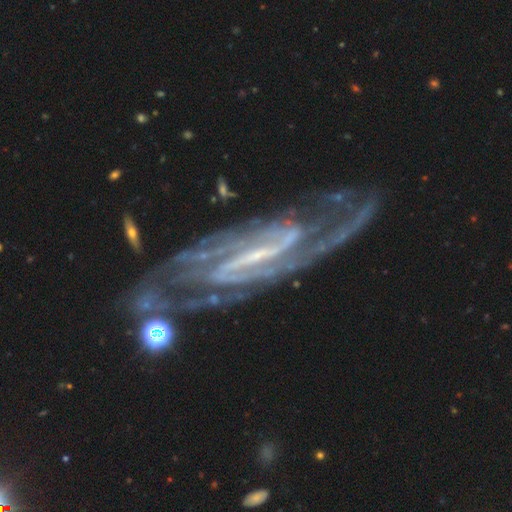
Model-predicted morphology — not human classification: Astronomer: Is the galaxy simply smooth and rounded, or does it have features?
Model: featured or disk — 91%.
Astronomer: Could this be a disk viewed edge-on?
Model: no — 92%.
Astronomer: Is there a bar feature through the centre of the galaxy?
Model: strong — 61%.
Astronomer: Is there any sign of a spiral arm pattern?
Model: yes — 97%.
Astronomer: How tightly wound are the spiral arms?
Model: medium — 46% (runner-up: tight, 41%).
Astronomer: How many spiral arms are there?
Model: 2 — 63%.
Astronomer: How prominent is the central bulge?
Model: small — 58%.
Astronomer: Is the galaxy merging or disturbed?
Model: none — 68%.